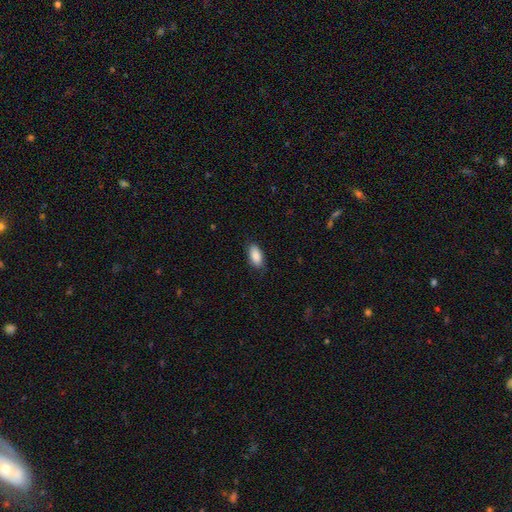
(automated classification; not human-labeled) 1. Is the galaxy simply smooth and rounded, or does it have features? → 89% smooth, 7% star or artifact, 4% featured or disk.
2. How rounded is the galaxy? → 91% in between, 6% cigar-shaped, 3% round.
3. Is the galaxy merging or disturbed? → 84% none, 12% minor disturbance, 3% major disturbance, 1% merger.